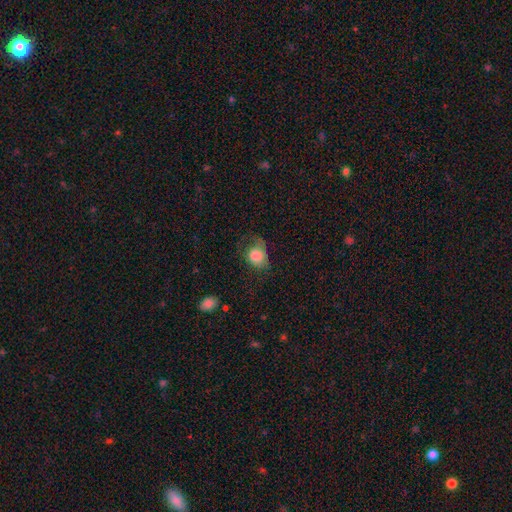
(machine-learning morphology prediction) The model was most divided on "how rounded": round: 52%, in between: 47%, cigar-shaped: 1%. Remaining: smooth or featured — smooth (80%); merging — none (37%).